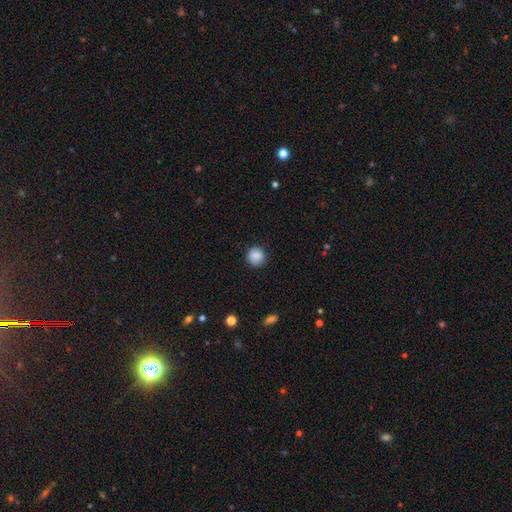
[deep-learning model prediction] This is clearly a smooth galaxy (87%). How rounded: clearly round (91%). Merging: clearly none (85%).